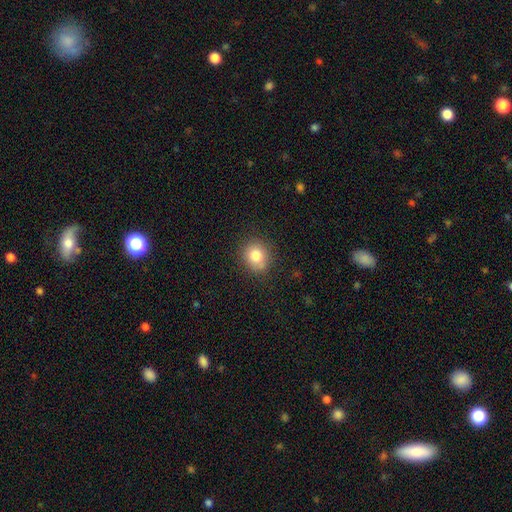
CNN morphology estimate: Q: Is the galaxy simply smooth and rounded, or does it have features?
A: smooth — 81%.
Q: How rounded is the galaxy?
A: round — 75%.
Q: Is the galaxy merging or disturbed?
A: none — 80%.